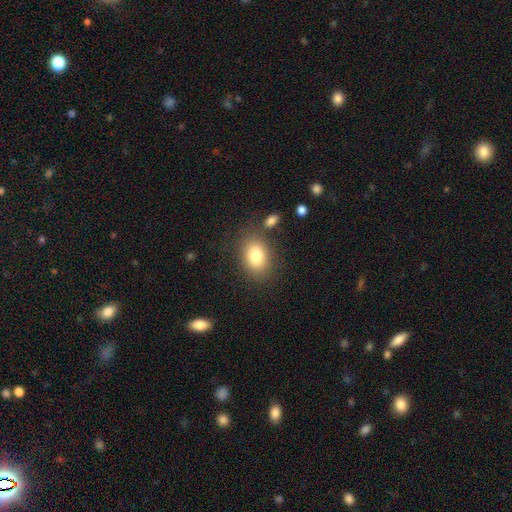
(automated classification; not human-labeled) Smooth or featured? Predicted: smooth (p=0.81). How rounded? Predicted: in between (p=0.76). Merging? Predicted: none (p=0.78).